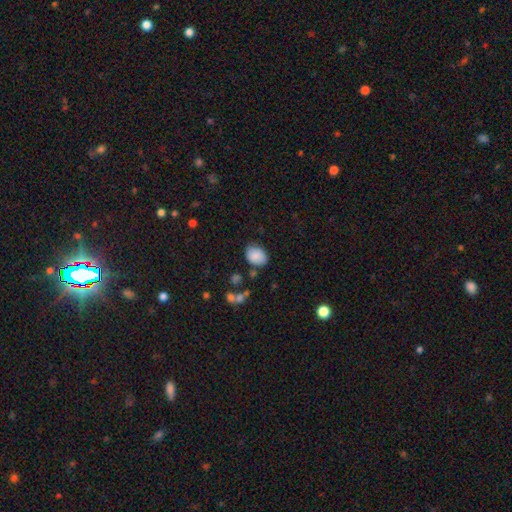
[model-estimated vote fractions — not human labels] Smooth or featured?
  - smooth: 85% *
  - star or artifact: 8%
  - featured or disk: 7%
How rounded?
  - in between: 71% *
  - round: 28%
  - cigar-shaped: 1%
Merging?
  - none: 75% *
  - minor disturbance: 18%
  - major disturbance: 4%
  - merger: 3%